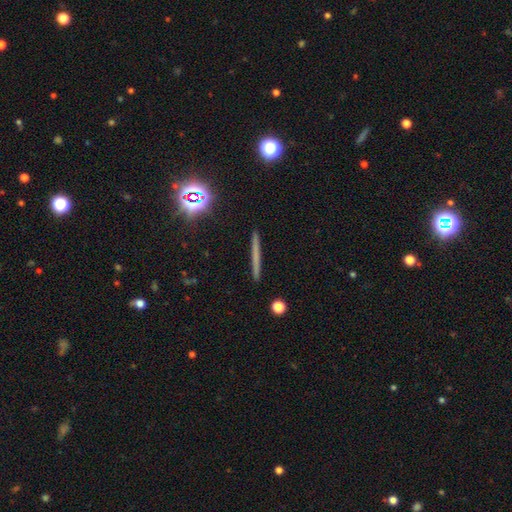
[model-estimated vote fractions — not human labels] This is possibly a smooth galaxy (50%). How rounded: clearly cigar-shaped (94%). Merging: clearly none (91%).